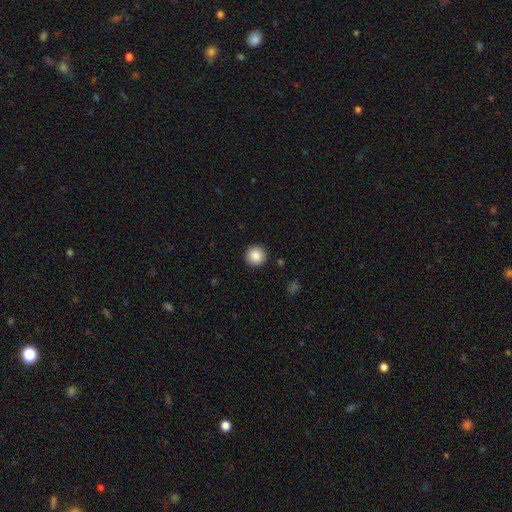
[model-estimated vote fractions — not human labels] Overall: smooth (87%). How rounded: round (95%). Merging: none (92%).